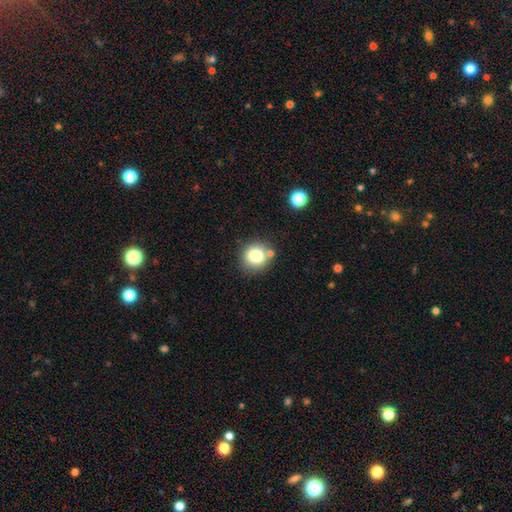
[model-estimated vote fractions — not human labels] Smooth or featured: smooth — 80% (star or artifact — 12%)
How rounded: round — 89% (in between — 11%)
Merging: none — 79% (minor disturbance — 10%)